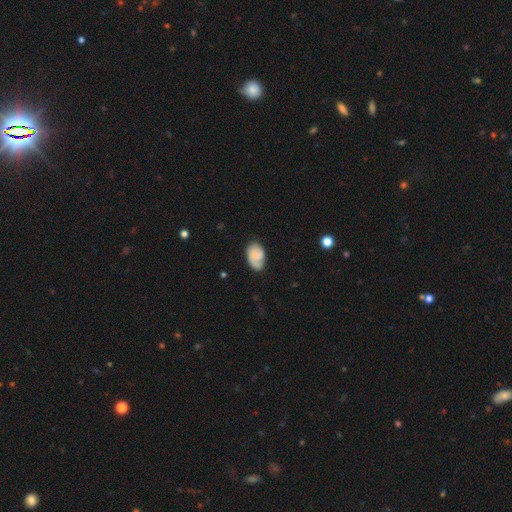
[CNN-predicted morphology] A smooth galaxy with no disk features (56%) that is in between round and cigar-shaped (88%).

Vote fractions:
- Smooth or featured? smooth: 56% / featured or disk: 37% / star or artifact: 8%
- How rounded? in between: 88% / round: 10% / cigar-shaped: 1%
- Merging? none: 66% / minor disturbance: 24% / major disturbance: 8% / merger: 2%